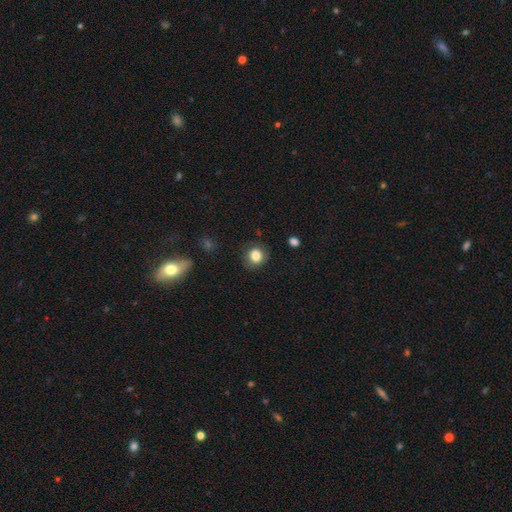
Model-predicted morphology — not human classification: A smooth galaxy with no disk features (82%) that is round (75%).

Vote fractions:
- Smooth or featured? smooth: 82% / star or artifact: 10% / featured or disk: 9%
- How rounded? round: 75% / in between: 24% / cigar-shaped: 1%
- Merging? none: 79% / minor disturbance: 15% / major disturbance: 5% / merger: 1%